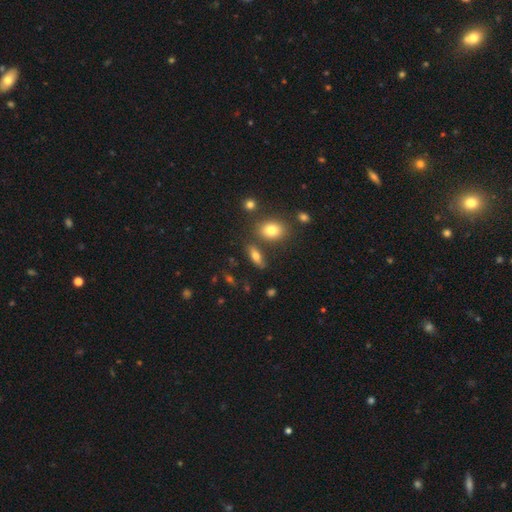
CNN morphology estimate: The model was most divided on "smooth or featured": smooth: 72%, featured or disk: 19%, star or artifact: 9%. More confident: merging — none (74%); how rounded — in between (74%).